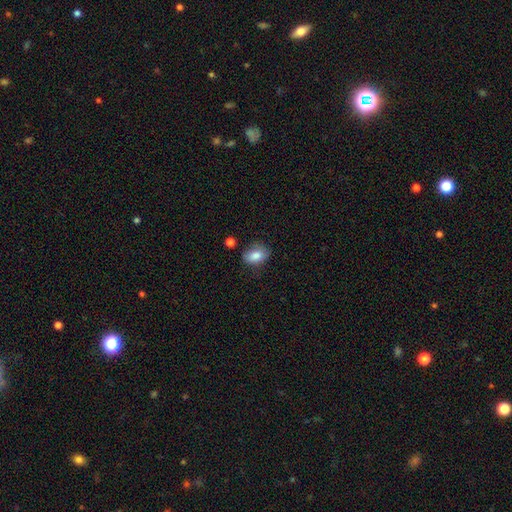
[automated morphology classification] smooth-or-featured: smooth: 82% | featured or disk: 10% | star or artifact: 8%
  how-rounded: in between: 81% | round: 17% | cigar-shaped: 2%
  merging: none: 68% | minor disturbance: 23% | major disturbance: 6% | merger: 3%